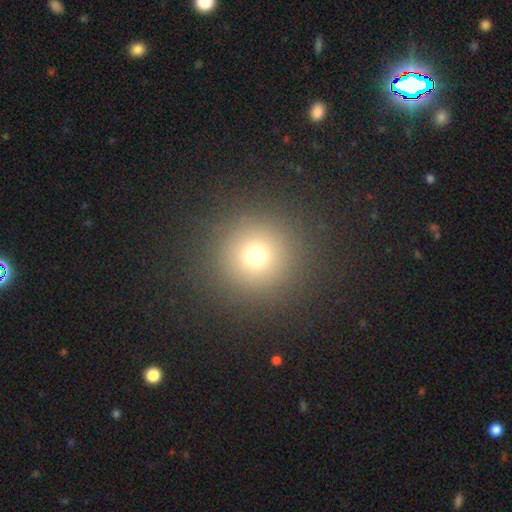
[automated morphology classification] This is likely a smooth galaxy (71%). How rounded: clearly round (96%). Merging: clearly none (91%).